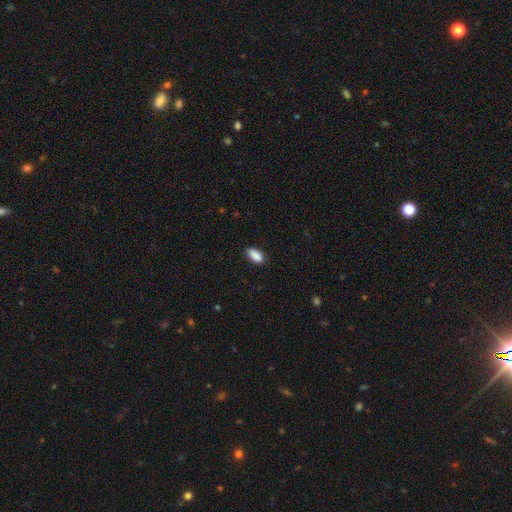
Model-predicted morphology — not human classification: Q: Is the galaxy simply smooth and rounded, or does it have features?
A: smooth — 89%.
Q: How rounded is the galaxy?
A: in between — 87%.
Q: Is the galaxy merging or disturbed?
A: none — 85%.